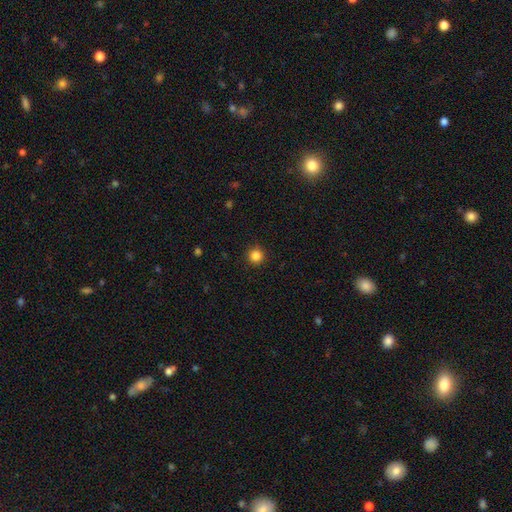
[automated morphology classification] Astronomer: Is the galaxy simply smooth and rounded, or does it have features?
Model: smooth — 85%.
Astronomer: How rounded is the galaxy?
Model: round — 95%.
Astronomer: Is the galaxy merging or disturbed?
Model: none — 91%.